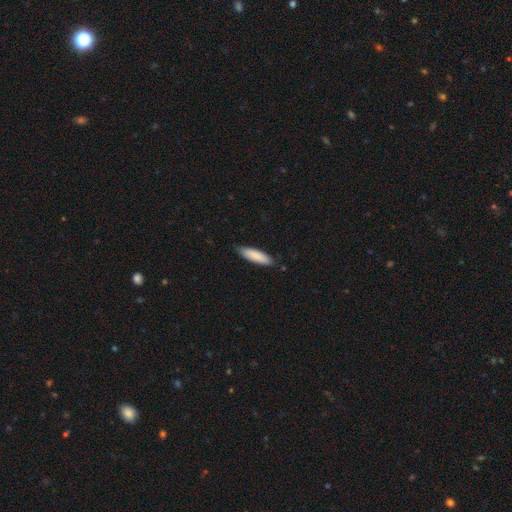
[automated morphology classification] smooth_or_featured: smooth (p=0.86) [alt: featured or disk p=0.08]
how_rounded: cigar-shaped (p=0.64) [alt: in between p=0.35]
merging: none (p=0.84) [alt: minor disturbance p=0.13]